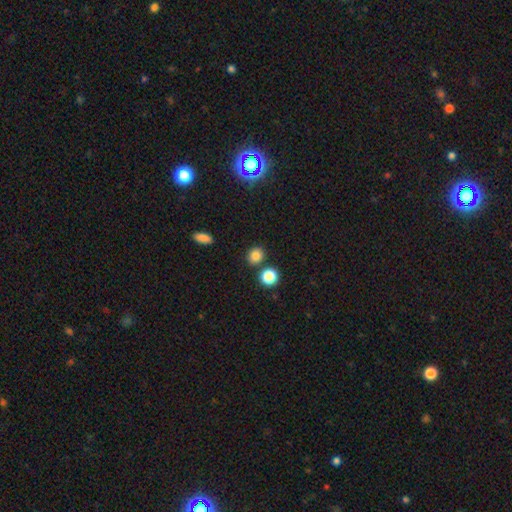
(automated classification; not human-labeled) Overall: smooth (83%). How rounded: round (76%). Merging: none (81%).